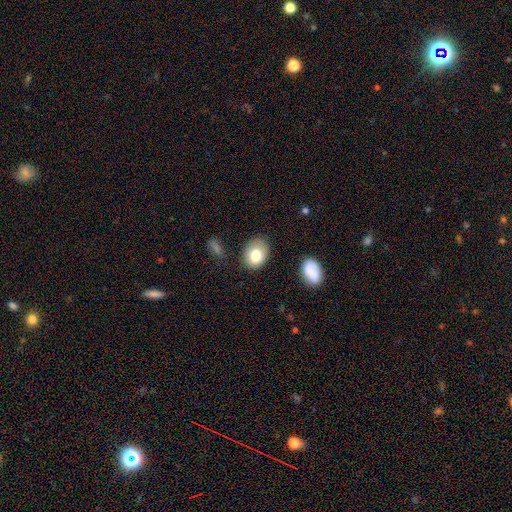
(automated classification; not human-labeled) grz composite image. It shows a smooth galaxy with no disk features (79%) that is in between round and cigar-shaped (65%). Merging: none (76%).